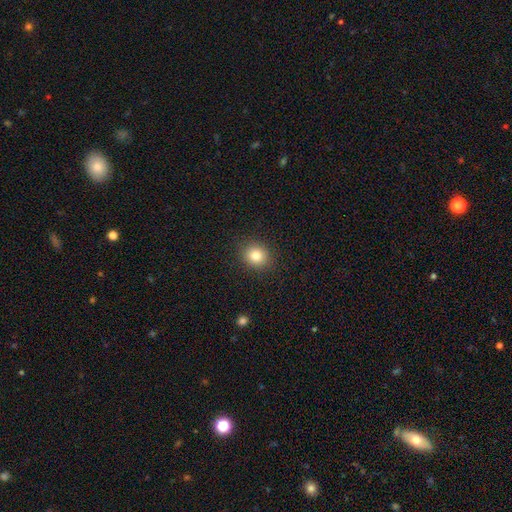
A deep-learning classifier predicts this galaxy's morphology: type=smooth (82%); roundness=round (77%); merging=none (90%).